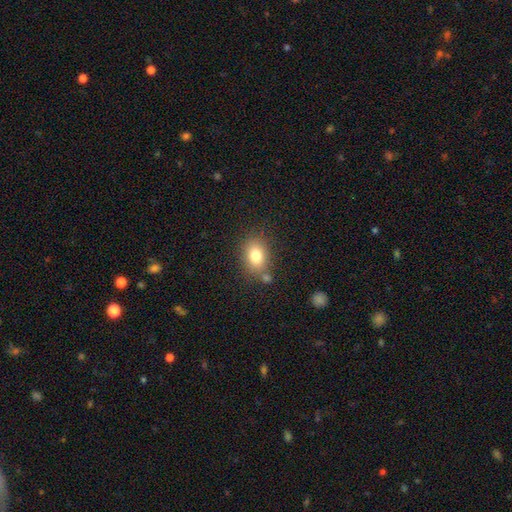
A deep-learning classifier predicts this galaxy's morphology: This is clearly a smooth galaxy (80%). How rounded: likely in between (74%). Merging: likely none (72%).